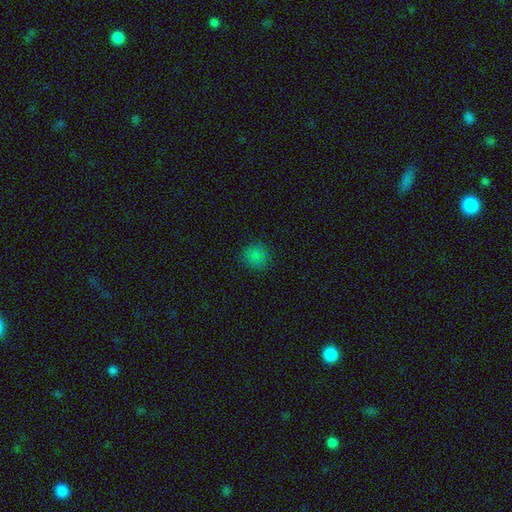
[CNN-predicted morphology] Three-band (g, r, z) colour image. It shows a smooth galaxy with no disk features (80%) that is round (88%). Merging: none (86%).